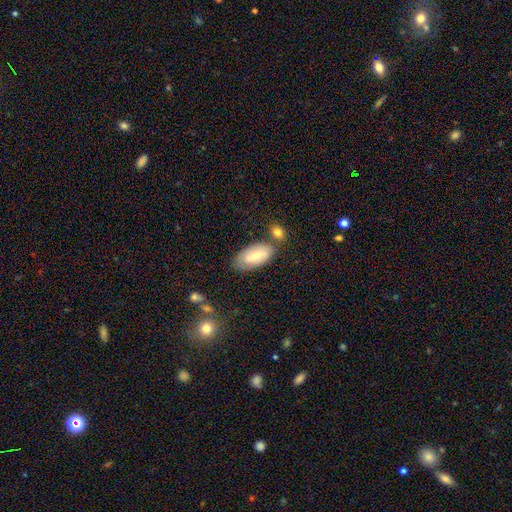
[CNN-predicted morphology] The model was most divided on "smooth or featured": smooth: 61%, featured or disk: 33%, star or artifact: 6%. More confident: how rounded — in between (91%); merging — none (68%).